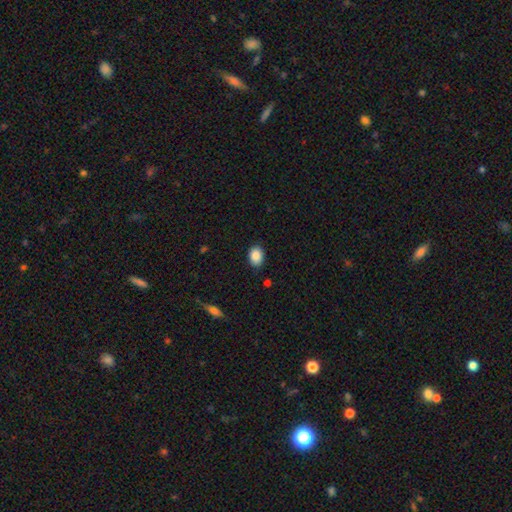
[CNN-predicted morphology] type=smooth (88%); roundness=in between (75%); merging=none (85%).